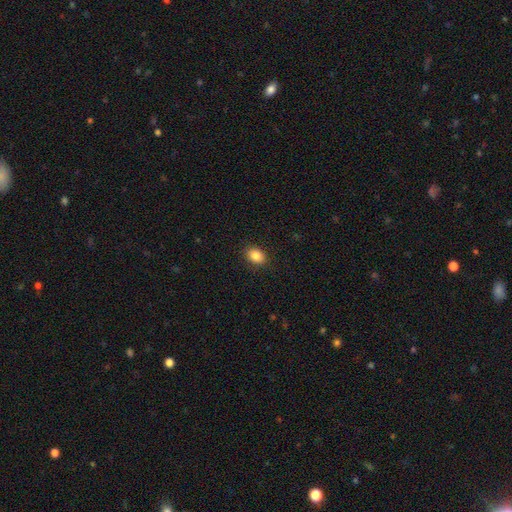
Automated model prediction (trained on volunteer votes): A smooth galaxy with no disk features (86%) that is in between round and cigar-shaped (70%).

Vote fractions:
- Smooth or featured? smooth: 86% / star or artifact: 9% / featured or disk: 5%
- How rounded? in between: 70% / round: 29% / cigar-shaped: 1%
- Merging? none: 89% / minor disturbance: 8% / major disturbance: 2% / merger: 1%